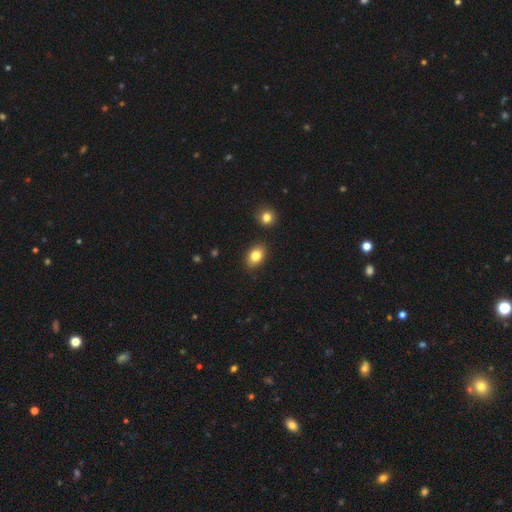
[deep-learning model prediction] Smooth or featured?
  - smooth: 83% *
  - star or artifact: 9%
  - featured or disk: 8%
How rounded?
  - in between: 79% *
  - round: 20%
  - cigar-shaped: 1%
Merging?
  - none: 87% *
  - minor disturbance: 9%
  - merger: 3%
  - major disturbance: 2%